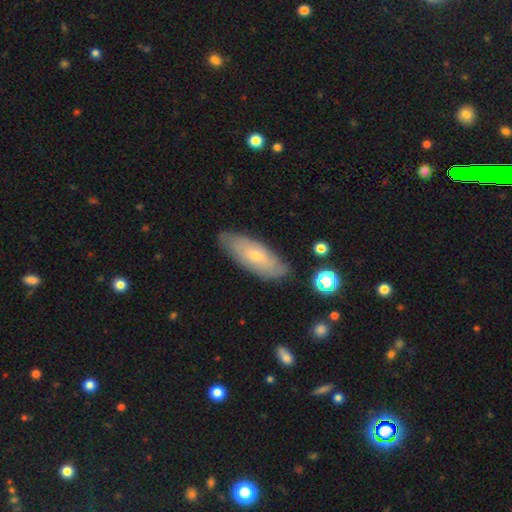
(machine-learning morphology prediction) Smooth or featured: smooth — 47% (tied with featured or disk — 47%)
Merging: none — 80% (minor disturbance — 15%)